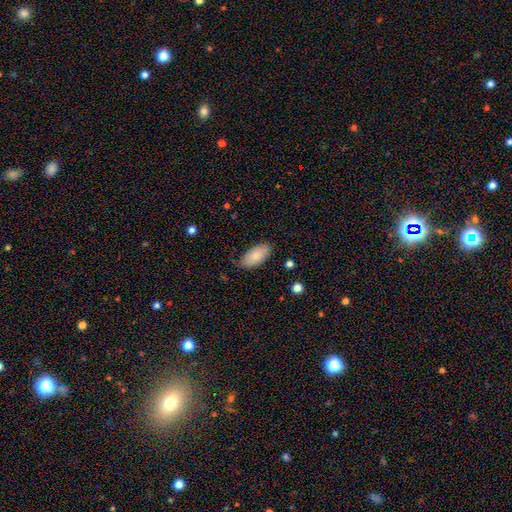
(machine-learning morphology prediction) Smooth or featured?
  - smooth: 85% *
  - featured or disk: 9%
  - star or artifact: 6%
How rounded?
  - in between: 93% *
  - cigar-shaped: 5%
  - round: 2%
Merging?
  - none: 81% *
  - minor disturbance: 15%
  - major disturbance: 3%
  - merger: 1%